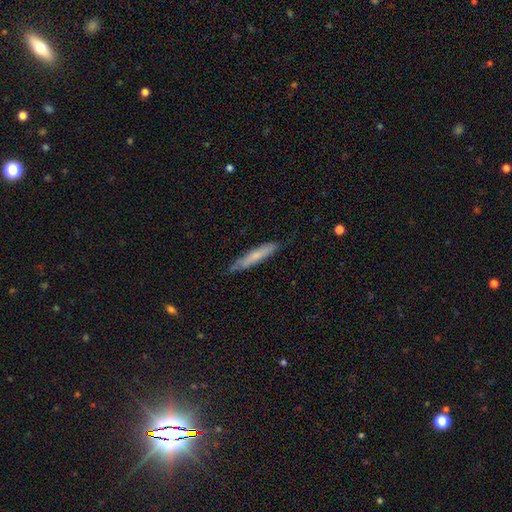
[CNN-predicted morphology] A smooth galaxy with no disk features (60%) that is cigar-shaped (91%). Merging: none (78%).